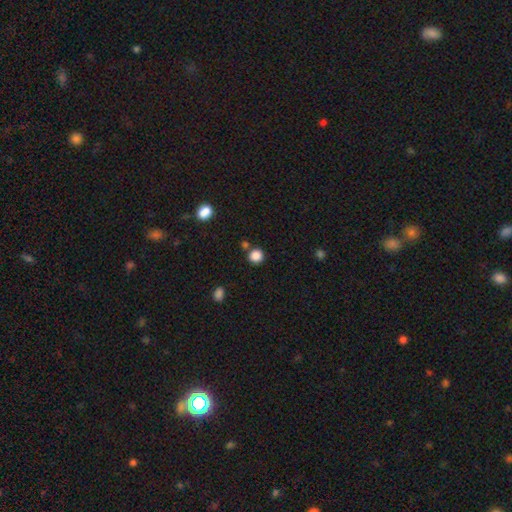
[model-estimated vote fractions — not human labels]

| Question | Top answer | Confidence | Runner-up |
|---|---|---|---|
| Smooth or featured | smooth | 86% | star or artifact (11%) |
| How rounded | round | 90% | in between (9%) |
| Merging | none | 80% | merger (10%) |